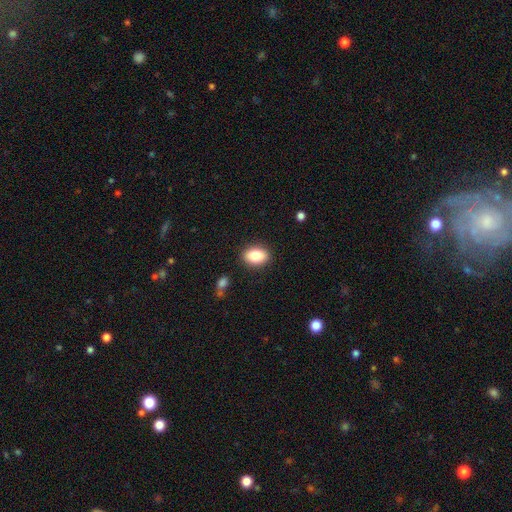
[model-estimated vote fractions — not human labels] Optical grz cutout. It shows a smooth galaxy with no disk features (82%) that is in between round and cigar-shaped (79%). Merging: none (88%).